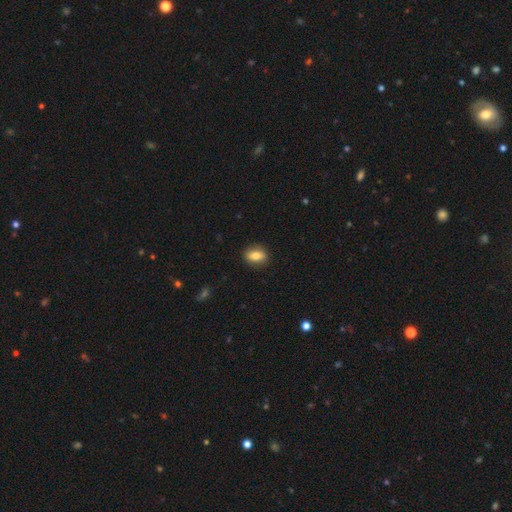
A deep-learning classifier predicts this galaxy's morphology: The model was most divided on "how rounded": in between: 74%, round: 22%, cigar-shaped: 4%. More confident: merging — none (86%); smooth or featured — smooth (79%).